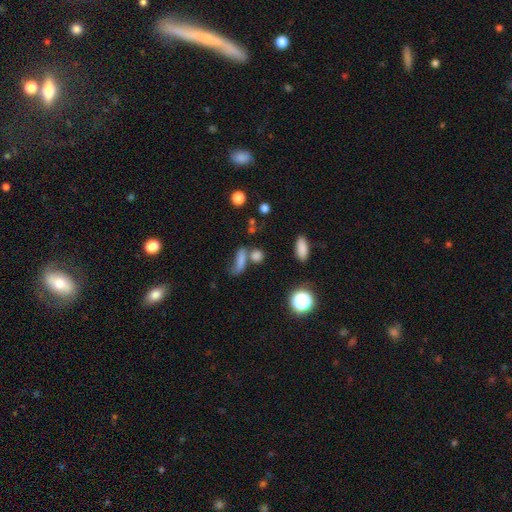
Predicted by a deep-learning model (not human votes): This appears to be a smooth galaxy with no disk features (73%) that is in between round and cigar-shaped (44%). Merging: none (43%).